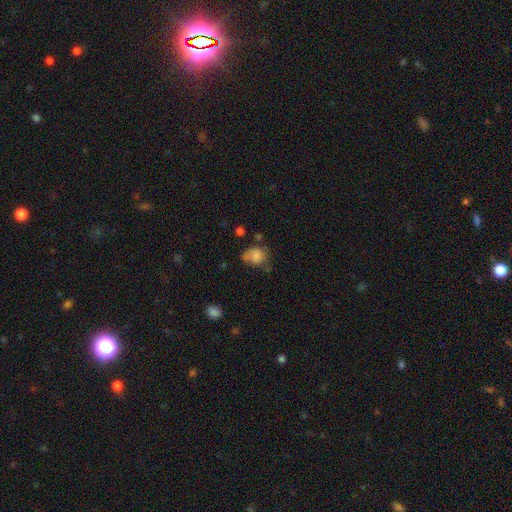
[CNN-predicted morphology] This appears to be a smooth galaxy with no disk features (76%) that is in between round and cigar-shaped (51%). Merging: none (38%).